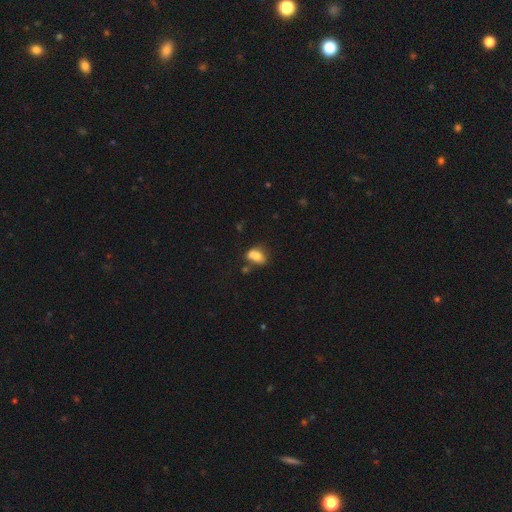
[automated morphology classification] Smooth or featured? Predicted: smooth (p=0.70). How rounded? Predicted: in between (p=0.65). Merging? Predicted: merger (p=0.44).